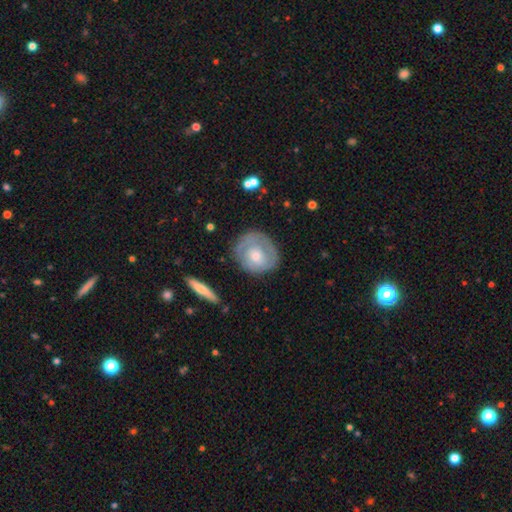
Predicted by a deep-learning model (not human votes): Smooth or featured?
  - featured or disk: 57% *
  - smooth: 37%
  - star or artifact: 6%
Edge-on disk?
  - no: 94% *
  - yes: 6%
Bar?
  - no: 78% *
  - weak: 19%
  - strong: 4%
Spiral arms?
  - yes: 65% *
  - no: 35%
Bulge size?
  - moderate: 59% *
  - small: 30%
  - large: 8%
  - none: 2%
  - dominant: 1%
Merging?
  - none: 74% *
  - minor disturbance: 18%
  - major disturbance: 6%
  - merger: 2%